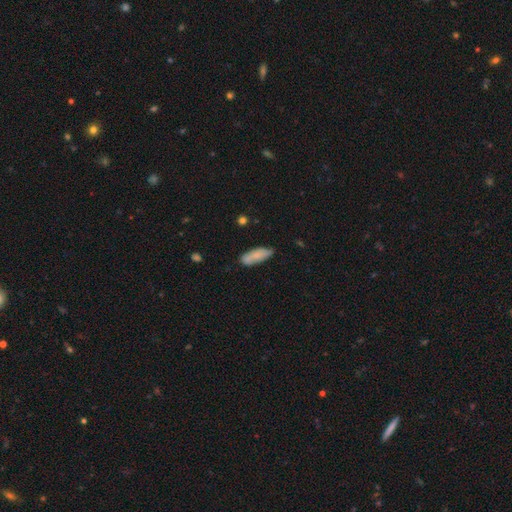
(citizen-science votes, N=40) Smooth or featured? smooth (88%)
How rounded? in between (66%)
Merging? none (56%)